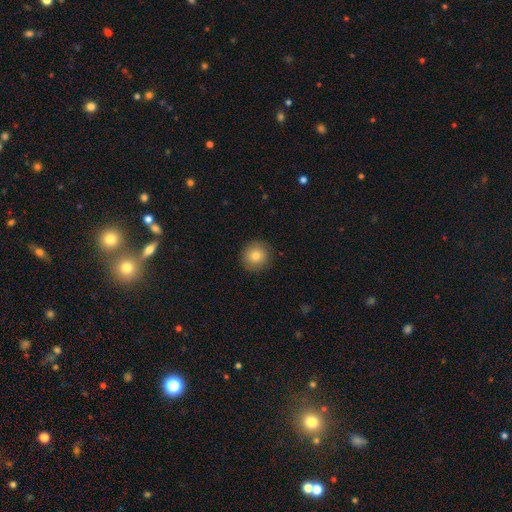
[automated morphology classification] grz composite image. It shows a smooth galaxy with no disk features (81%) that is round (94%). Merging: none (90%).